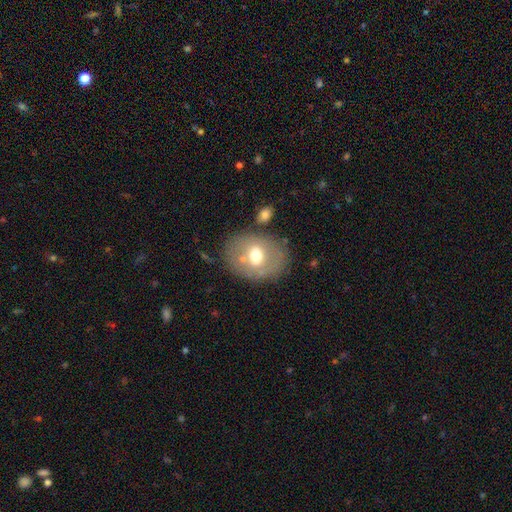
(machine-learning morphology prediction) Smooth or featured? smooth (54%)
How rounded? in between (60%)
Merging? none (71%)